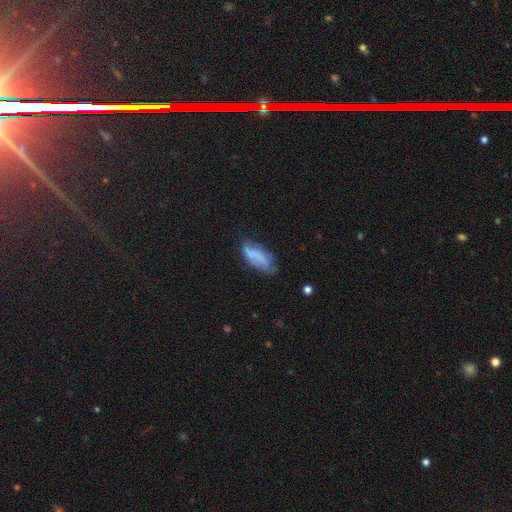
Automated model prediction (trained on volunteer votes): Morphology: type=smooth (63%); roundness=in between (79%); merging=none (47%).